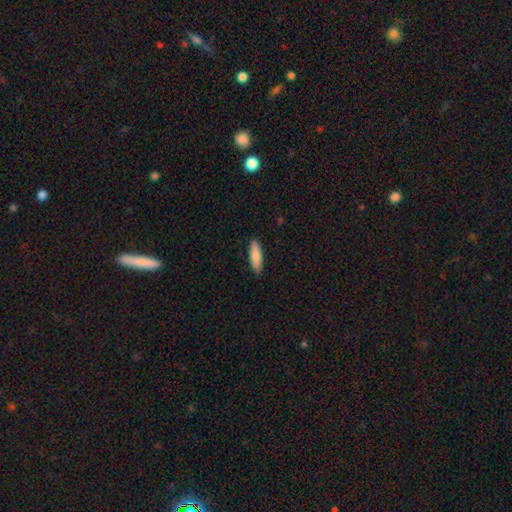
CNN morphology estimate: The model was most divided on "how rounded": cigar-shaped: 59%, in between: 39%, round: 2%. More confident: merging — none (88%); smooth or featured — smooth (85%).